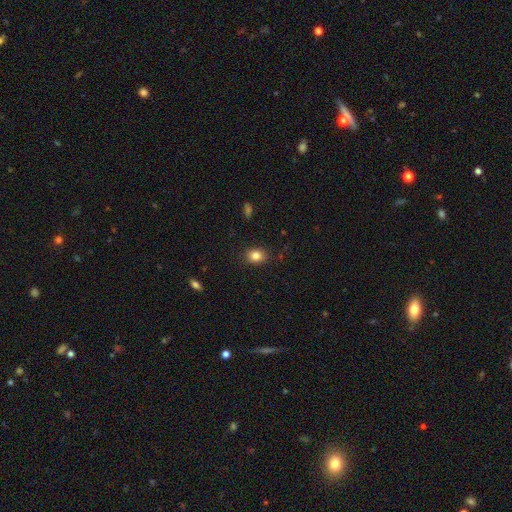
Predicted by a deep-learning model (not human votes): Smooth or featured? Predicted: smooth (p=0.84). How rounded? Predicted: in between (p=0.50). Merging? Predicted: none (p=0.87).